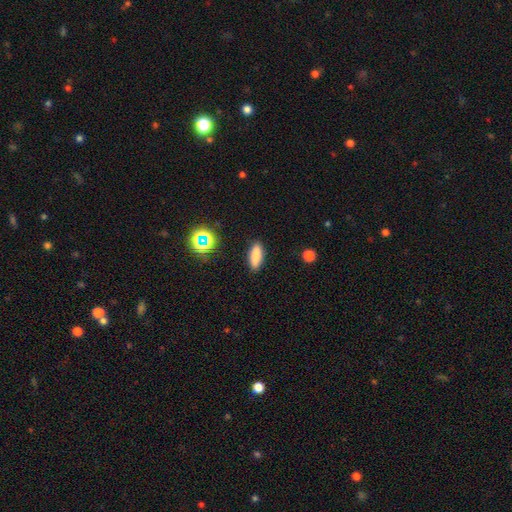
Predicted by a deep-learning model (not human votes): Q: Smooth or featured?
A: smooth (83%); runner-up: star or artifact (10%)
Q: How rounded?
A: in between (62%); runner-up: cigar-shaped (35%)
Q: Merging?
A: none (88%); runner-up: minor disturbance (8%)